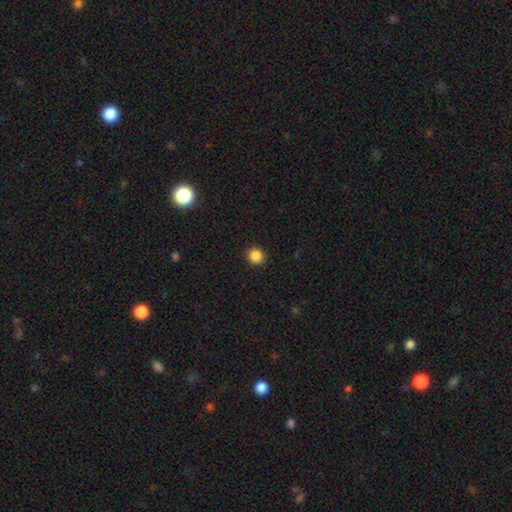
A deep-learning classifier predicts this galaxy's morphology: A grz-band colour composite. It shows a smooth galaxy with no disk features (87%) that is round (91%). Merging: none (93%).